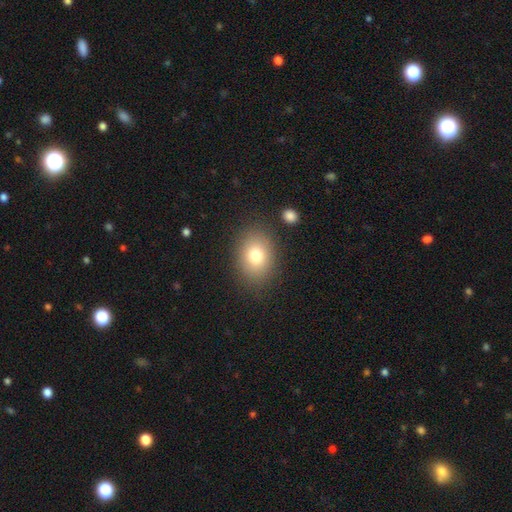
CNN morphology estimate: Overall: smooth (78%). How rounded: in between (59%; round 40%). Merging: none (84%).